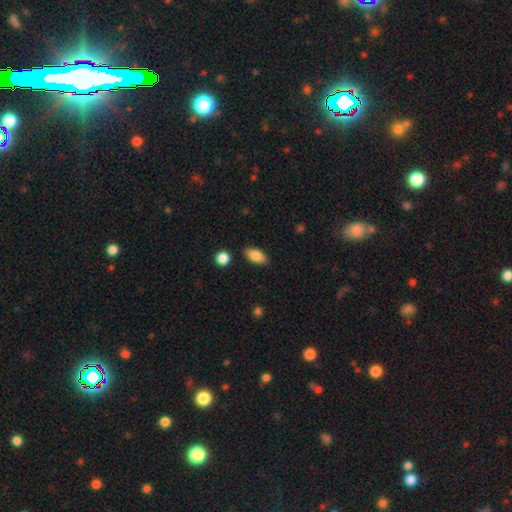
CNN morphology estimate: A smooth galaxy with no disk features (84%) that is in between round and cigar-shaped (89%). Merging: none (87%).